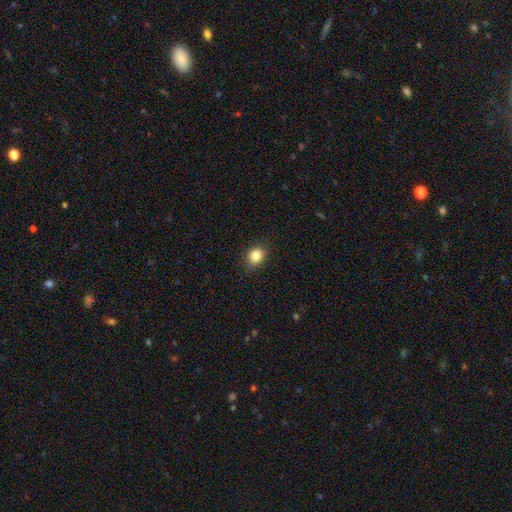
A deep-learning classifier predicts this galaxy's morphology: Q: Smooth or featured?
A: smooth (84%); runner-up: star or artifact (10%)
Q: How rounded?
A: round (54%); runner-up: in between (45%)
Q: Merging?
A: none (87%); runner-up: minor disturbance (9%)